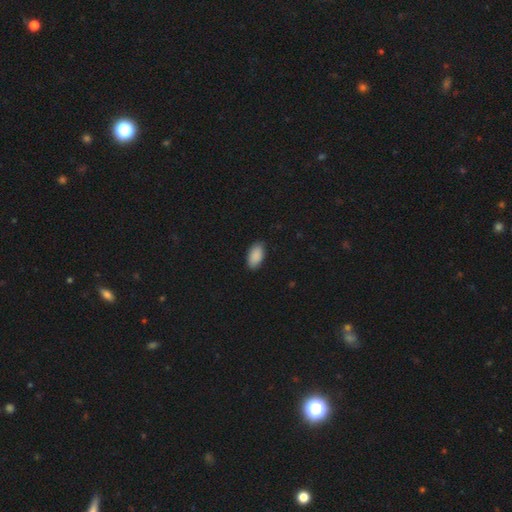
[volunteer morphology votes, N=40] Volunteers were most divided on "merging": none: 82%, minor disturbance: 11%, major disturbance: 5%, merger: 3%. More confident: smooth or featured — smooth (92%); how rounded — in between (89%).